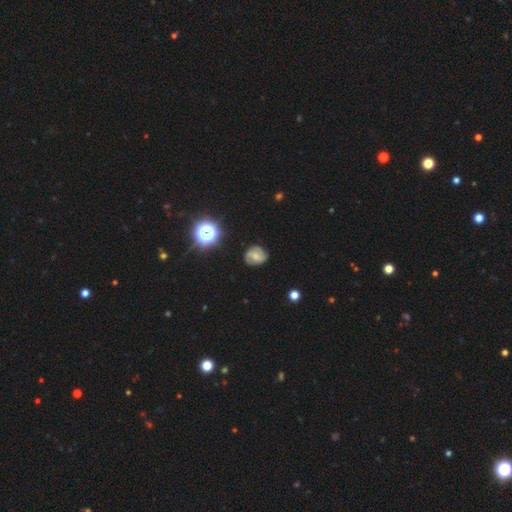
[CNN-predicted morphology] Smooth or featured?
  - featured or disk: 59% *
  - smooth: 30%
  - star or artifact: 12%
Edge-on disk?
  - no: 97% *
  - yes: 3%
Bar?
  - weak: 44% * (tied)
  - no: 44% * (tied)
  - strong: 12%
Spiral arms?
  - yes: 90% *
  - no: 10%
Spiral winding?
  - medium: 46% *
  - tight: 35%
  - loose: 19%
Spiral arm count?
  - 2: 77% *
  - can't tell: 12%
  - 3: 5%
  - 1: 3%
  - 4: 1%
  - more than 4: 1%
Bulge size?
  - small: 48% *
  - moderate: 39%
  - none: 10%
  - large: 3%
  - dominant: 1%
Merging?
  - none: 77% *
  - minor disturbance: 17%
  - major disturbance: 5%
  - merger: 2%